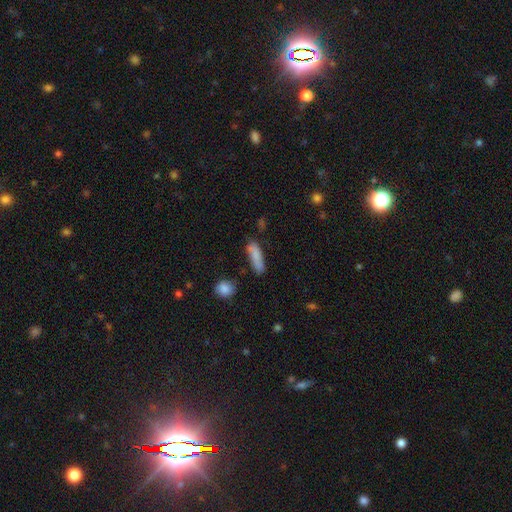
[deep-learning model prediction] Smooth or featured?
  - smooth: 80% *
  - featured or disk: 12%
  - star or artifact: 7%
How rounded?
  - cigar-shaped: 54% *
  - in between: 43%
  - round: 3%
Merging?
  - none: 69% *
  - minor disturbance: 20%
  - merger: 6%
  - major disturbance: 5%